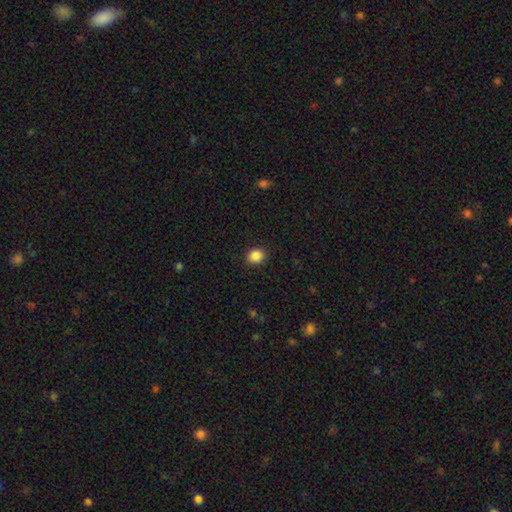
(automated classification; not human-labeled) The model was most divided on "how rounded": round: 67%, in between: 32%, cigar-shaped: 1%. More confident: merging — none (90%); smooth or featured — smooth (87%).